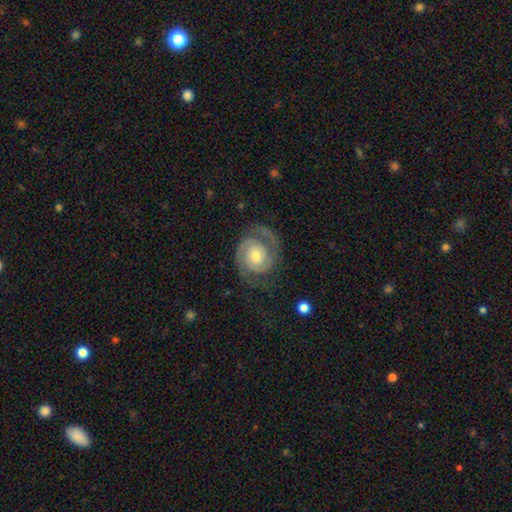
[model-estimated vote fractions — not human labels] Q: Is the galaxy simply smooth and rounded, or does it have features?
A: featured or disk — 86%.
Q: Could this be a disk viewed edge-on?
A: no — 98%.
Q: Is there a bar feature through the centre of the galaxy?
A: no — 71%.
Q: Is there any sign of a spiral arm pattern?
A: yes — 97%.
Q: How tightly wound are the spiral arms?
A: tight — 53%.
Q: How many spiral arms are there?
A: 2 — 85%.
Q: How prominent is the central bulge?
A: moderate — 54%.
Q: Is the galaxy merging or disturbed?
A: none — 72%.